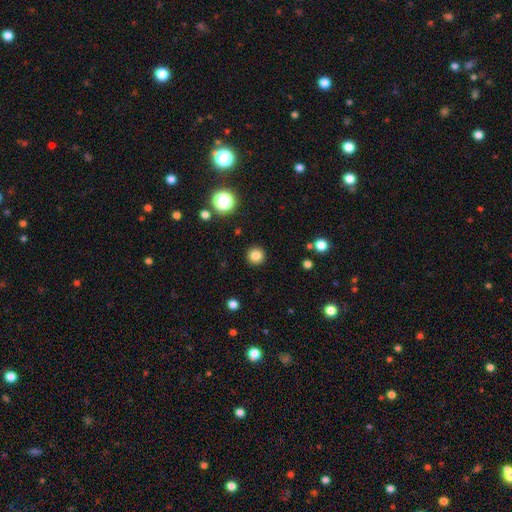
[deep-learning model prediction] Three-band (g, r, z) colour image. It shows a smooth galaxy with no disk features (82%) that is round (95%). Merging: none (92%).